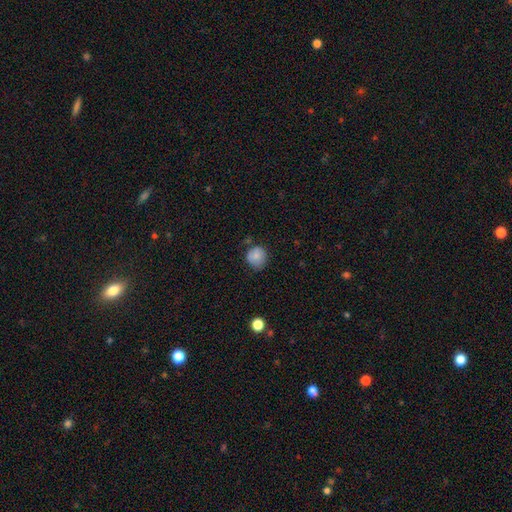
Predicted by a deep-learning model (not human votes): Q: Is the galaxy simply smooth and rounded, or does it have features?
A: smooth — 81%.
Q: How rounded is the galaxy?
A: round — 87%.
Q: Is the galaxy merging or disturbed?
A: none — 66%.